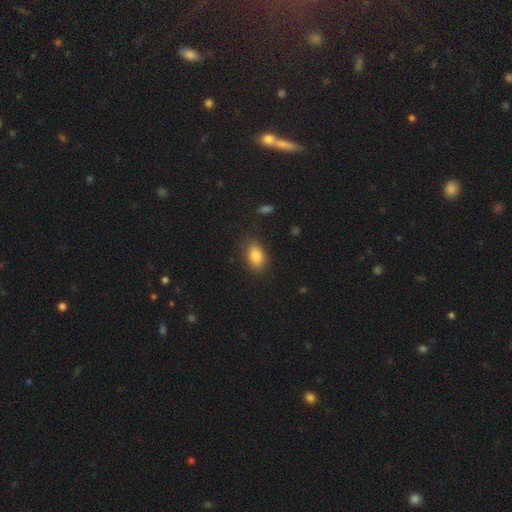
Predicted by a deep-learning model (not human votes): smooth-or-featured: smooth: 85% | star or artifact: 8% | featured or disk: 7%
  how-rounded: in between: 86% | round: 11% | cigar-shaped: 3%
  merging: none: 82% | minor disturbance: 13% | major disturbance: 3% | merger: 1%